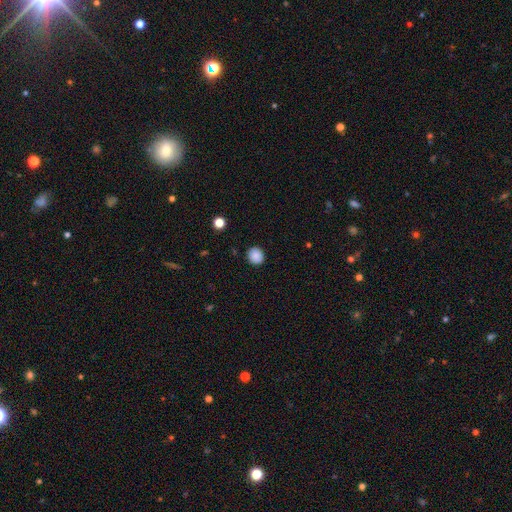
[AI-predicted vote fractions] Smooth or featured? smooth (87%)
How rounded? round (82%)
Merging? none (89%)